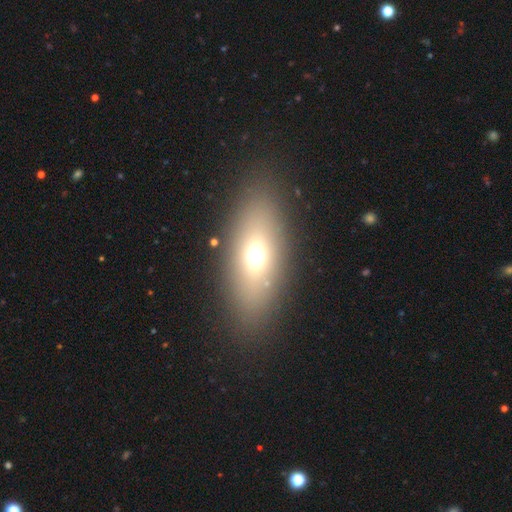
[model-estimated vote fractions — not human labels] smooth 64%, featured or disk 23%, star or artifact 13%. Down the decision tree: how rounded — in between (76%); merging — none (84%).